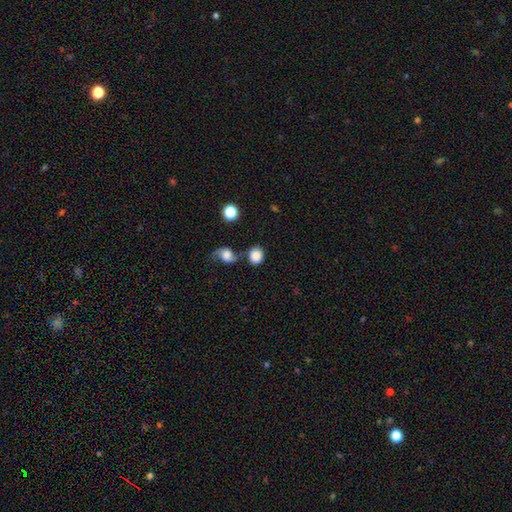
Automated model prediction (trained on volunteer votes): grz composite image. It shows a smooth galaxy with no disk features (84%) that is round (73%). Merging: none (60%).